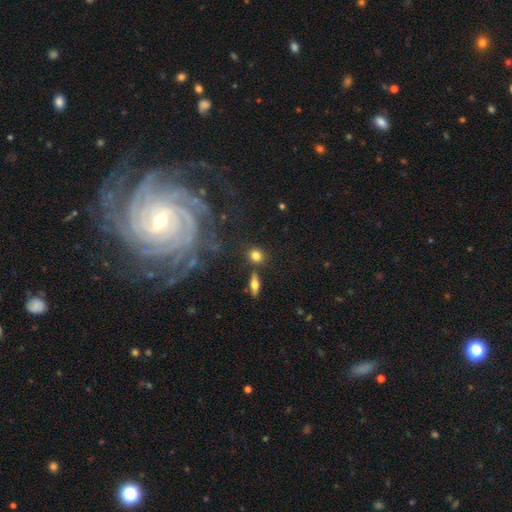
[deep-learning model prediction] A smooth galaxy with no disk features (76%) that is round (75%).

Vote fractions:
- Smooth or featured? smooth: 76% / featured or disk: 14% / star or artifact: 11%
- How rounded? round: 75% / in between: 21% / cigar-shaped: 4%
- Merging? none: 78% / minor disturbance: 11% / merger: 7% / major disturbance: 4%